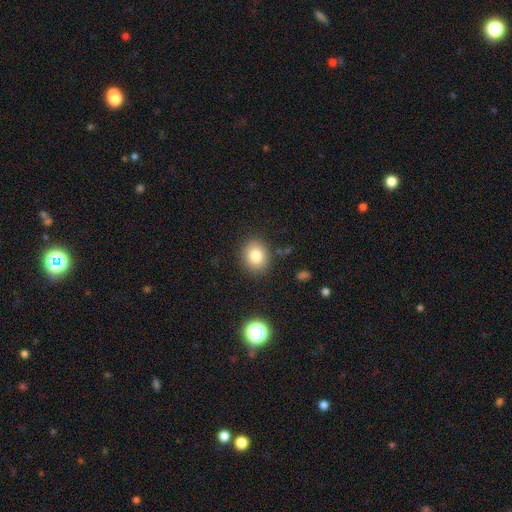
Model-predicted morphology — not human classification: Smooth or featured? smooth (81%)
How rounded? round (62%)
Merging? none (85%)